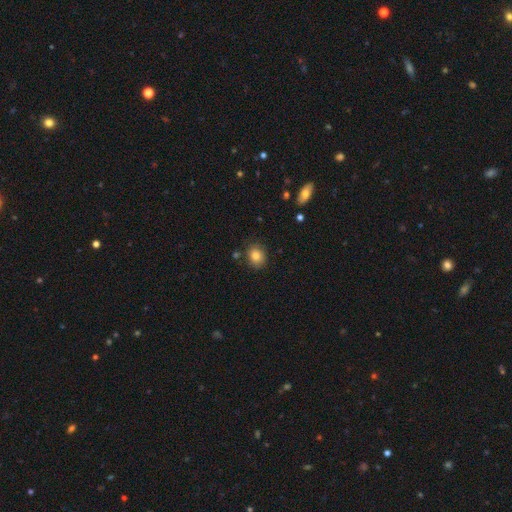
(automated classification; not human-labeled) Overall: smooth (82%). How rounded: round (65%; in between 34%). Merging: none (82%).